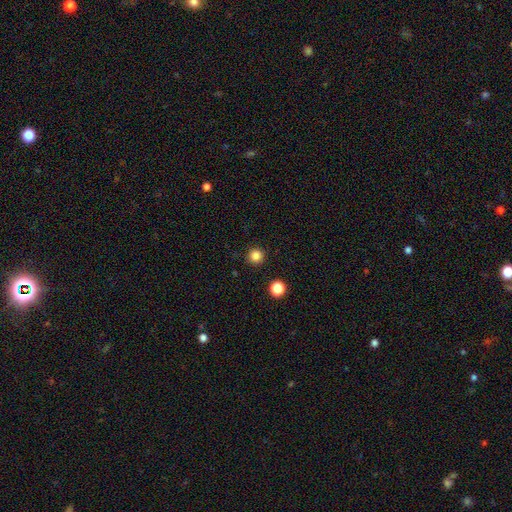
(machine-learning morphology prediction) Smooth or featured?
  - smooth: 84% *
  - star or artifact: 13%
  - featured or disk: 3%
How rounded?
  - round: 96% *
  - in between: 3%
  - cigar-shaped: 1%
Merging?
  - none: 93% *
  - minor disturbance: 4%
  - major disturbance: 2%
  - merger: 1%